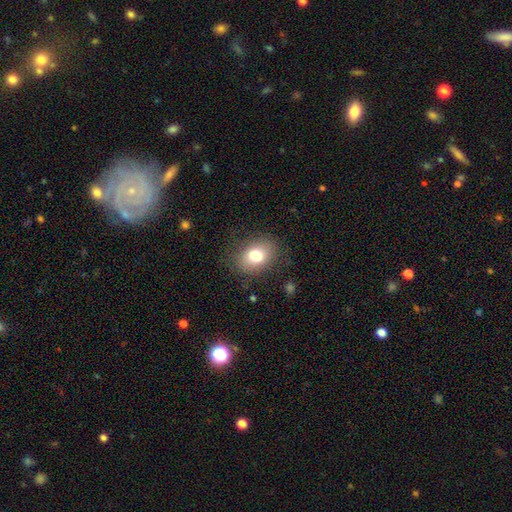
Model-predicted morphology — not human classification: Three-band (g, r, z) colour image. It shows a smooth galaxy with no disk features (78%) that is in between round and cigar-shaped (65%). Merging: none (82%).